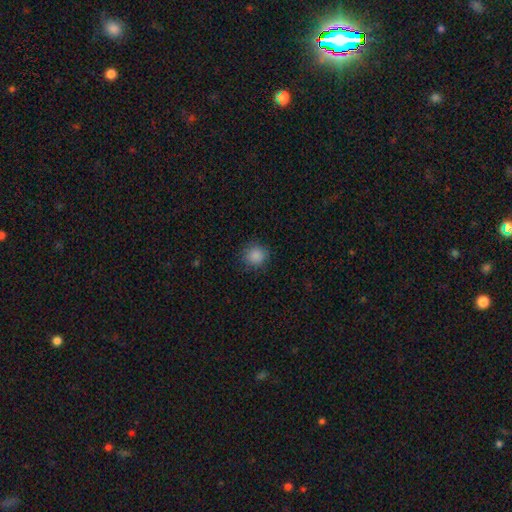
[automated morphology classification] Smooth or featured?
  - smooth: 87% *
  - star or artifact: 10%
  - featured or disk: 3%
How rounded?
  - round: 91% *
  - in between: 8%
  - cigar-shaped: 1%
Merging?
  - none: 87% *
  - minor disturbance: 9%
  - major disturbance: 3%
  - merger: 1%